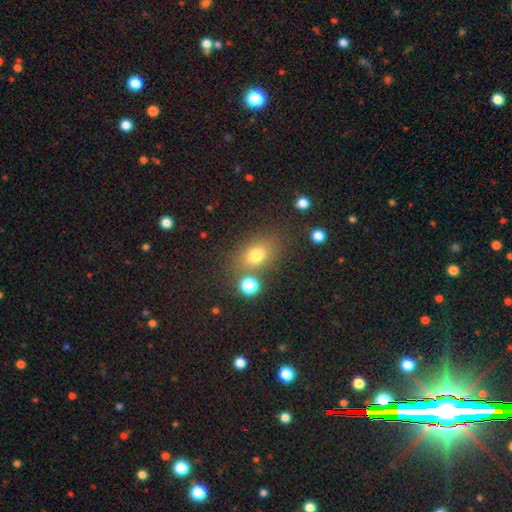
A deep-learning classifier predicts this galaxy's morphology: A smooth galaxy with no disk features (74%) that is in between round and cigar-shaped (68%). Merging: none (71%).